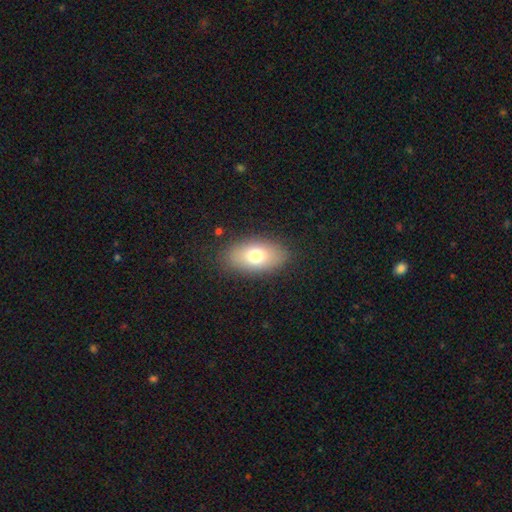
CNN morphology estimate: A smooth galaxy with no disk features (74%) that is in between round and cigar-shaped (90%). Merging: none (85%).